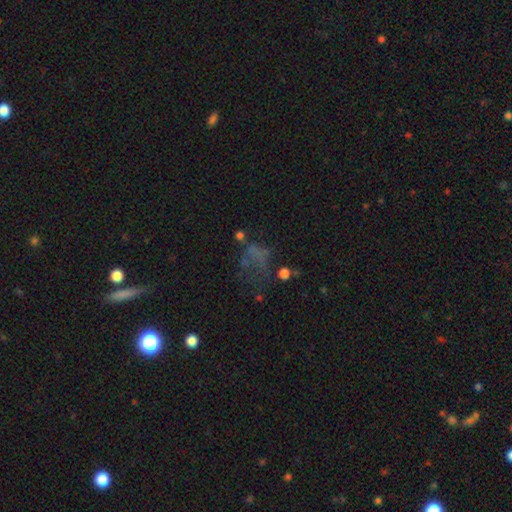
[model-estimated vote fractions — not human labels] Smooth or featured: smooth — 37% (star or artifact — 32%)
Merging: major disturbance — 37% (none — 36%)